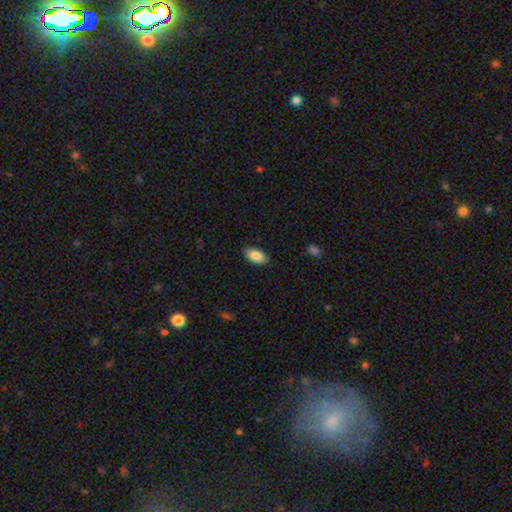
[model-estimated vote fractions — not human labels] A smooth galaxy with no disk features (88%) that is in between round and cigar-shaped (92%). Merging: none (87%).